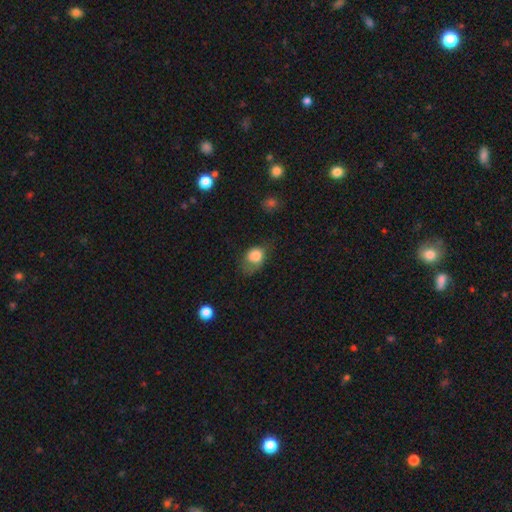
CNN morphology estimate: This is likely a smooth galaxy (78%). How rounded: possibly in between (55%). Merging: marginally none (33%).